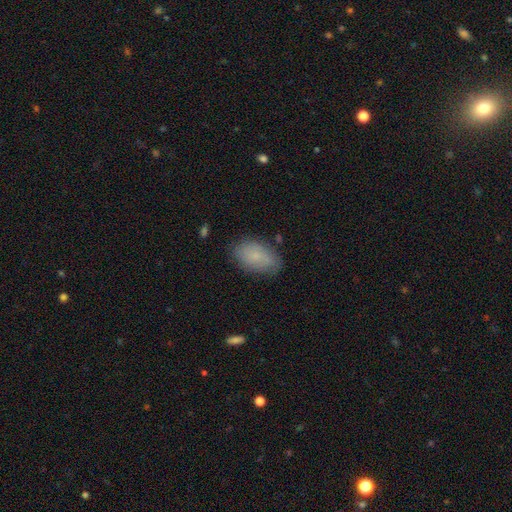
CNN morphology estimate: smooth_or_featured: smooth (p=0.78) [alt: featured or disk p=0.15]
how_rounded: in between (p=0.92) [alt: round p=0.06]
merging: none (p=0.77) [alt: minor disturbance p=0.17]